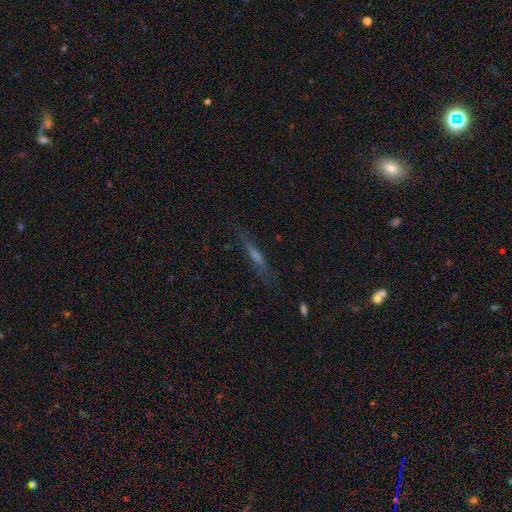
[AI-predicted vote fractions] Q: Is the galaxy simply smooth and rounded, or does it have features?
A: featured or disk — 55%.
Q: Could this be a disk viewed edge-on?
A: yes — 87%.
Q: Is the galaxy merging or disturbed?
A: none — 79%.